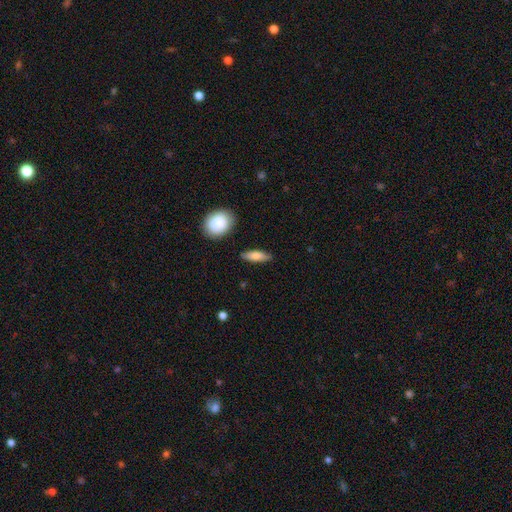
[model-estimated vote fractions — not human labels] Smooth or featured? smooth (77%)
How rounded? in between (57%)
Merging? none (85%)